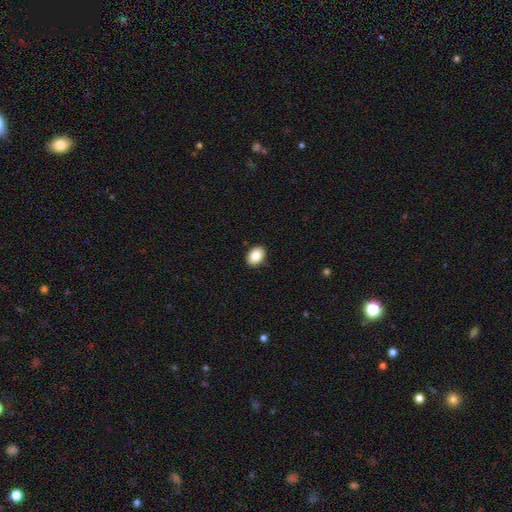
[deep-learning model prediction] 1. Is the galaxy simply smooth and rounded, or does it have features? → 86% smooth, 8% star or artifact, 6% featured or disk.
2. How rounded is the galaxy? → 80% in between, 19% round, 1% cigar-shaped.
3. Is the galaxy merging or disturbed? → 89% none, 8% minor disturbance, 2% major disturbance, 1% merger.